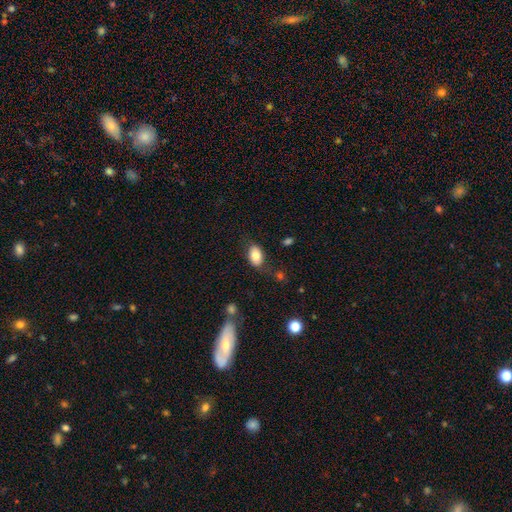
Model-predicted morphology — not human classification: Smooth or featured? Predicted: smooth (p=0.80). How rounded? Predicted: in between (p=0.89). Merging? Predicted: none (p=0.75).